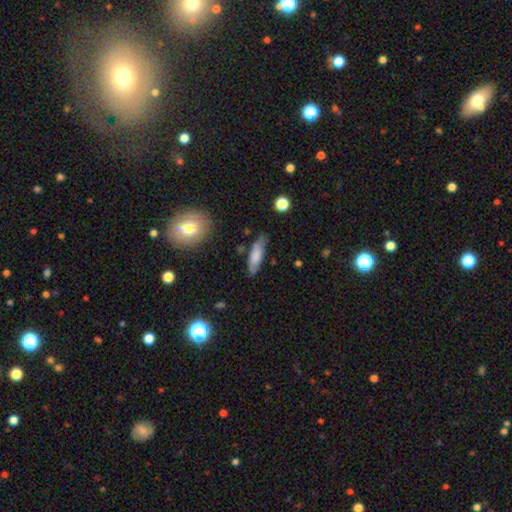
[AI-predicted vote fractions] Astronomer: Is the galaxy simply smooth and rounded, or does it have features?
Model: smooth — 73%.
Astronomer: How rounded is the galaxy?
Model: cigar-shaped — 50% (runner-up: in between, 48%).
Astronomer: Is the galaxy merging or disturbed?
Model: none — 76%.